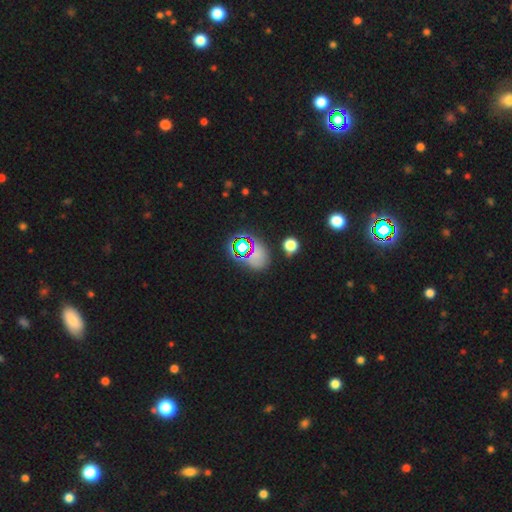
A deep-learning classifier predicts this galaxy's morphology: smooth-or-featured: star or artifact: 46% | smooth: 41% | featured or disk: 14%